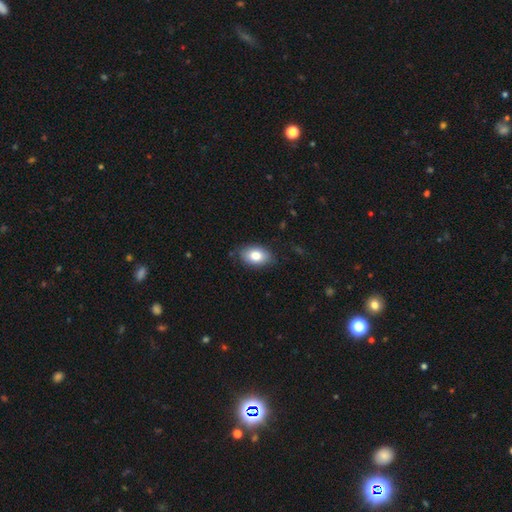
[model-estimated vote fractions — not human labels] Q: Smooth or featured?
A: smooth (81%); runner-up: featured or disk (11%)
Q: How rounded?
A: in between (87%); runner-up: round (12%)
Q: Merging?
A: none (81%); runner-up: minor disturbance (15%)